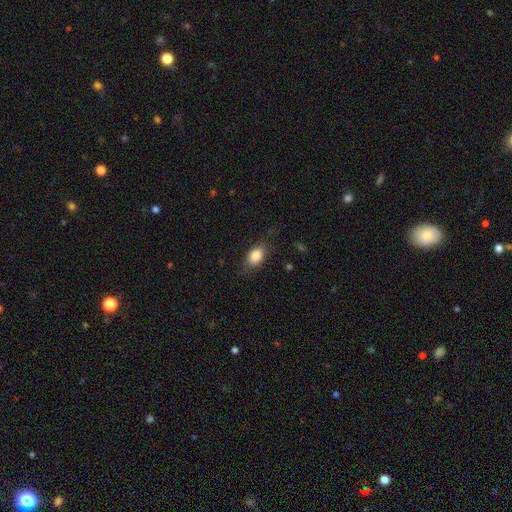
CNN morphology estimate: Overall: smooth (84%). How rounded: in between (80%). Merging: none (76%).